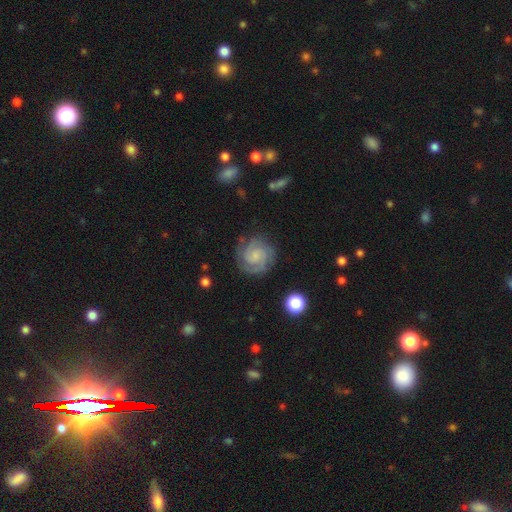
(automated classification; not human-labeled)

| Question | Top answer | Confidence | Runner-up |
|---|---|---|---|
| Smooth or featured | featured or disk | 80% | smooth (14%) |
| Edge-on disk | no | 98% | yes (2%) |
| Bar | no | 66% | weak (30%) |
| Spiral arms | yes | 97% | no (3%) |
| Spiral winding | tight | 64% | medium (30%) |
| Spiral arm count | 2 | 39% | 3 (28%) |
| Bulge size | small | 53% | none (25%) |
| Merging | none | 78% | minor disturbance (14%) |